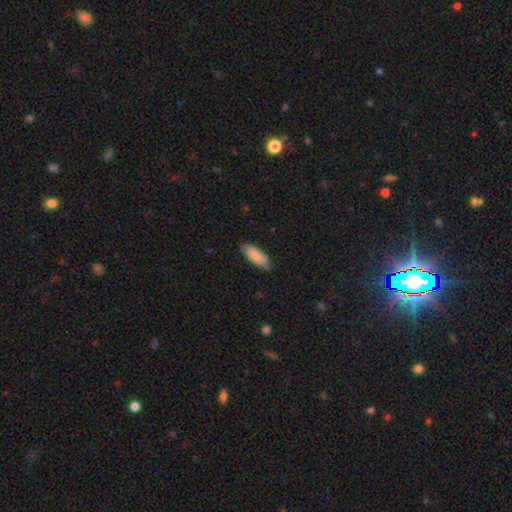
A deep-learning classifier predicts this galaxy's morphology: Smooth or featured? Predicted: smooth (p=0.87). How rounded? Predicted: in between (p=0.67). Merging? Predicted: none (p=0.85).